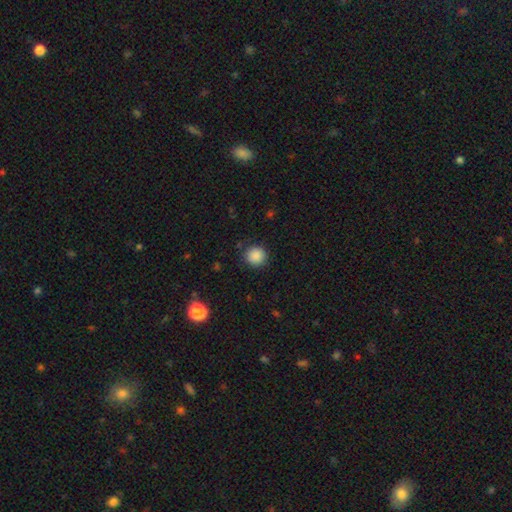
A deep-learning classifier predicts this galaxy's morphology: smooth-or-featured: smooth: 87% | star or artifact: 10% | featured or disk: 3%
  how-rounded: round: 92% | in between: 7% | cigar-shaped: 1%
  merging: none: 87% | minor disturbance: 8% | major disturbance: 3% | merger: 1%